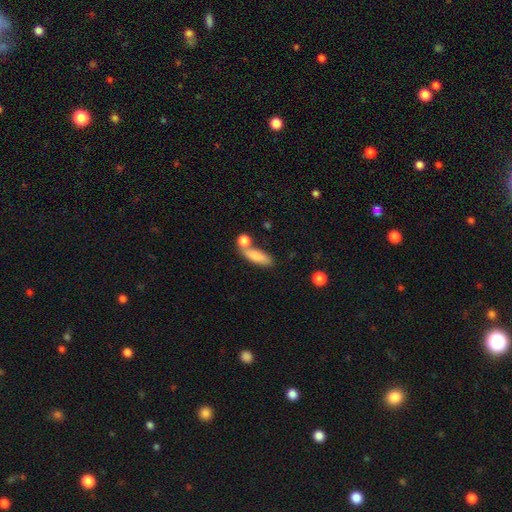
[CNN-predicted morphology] The model was most divided on "how rounded": in between: 53%, cigar-shaped: 41%, round: 6%. More confident: smooth or featured — smooth (81%); merging — none (53%).